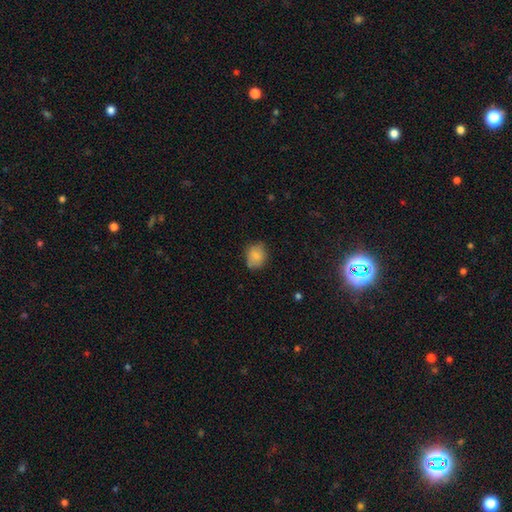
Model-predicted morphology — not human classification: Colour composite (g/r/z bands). It shows a smooth galaxy with no disk features (82%) that is round (57%). Merging: none (71%).